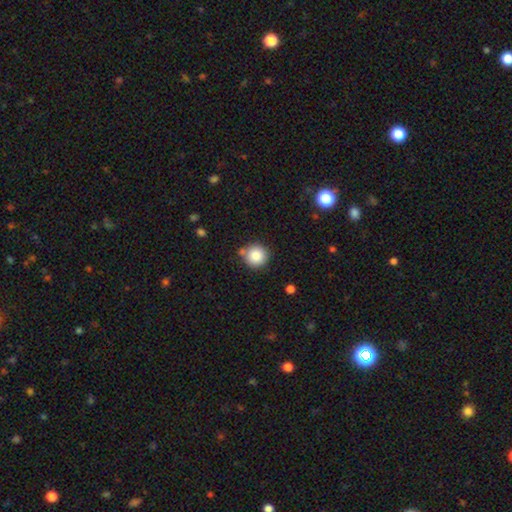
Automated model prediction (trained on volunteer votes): Smooth or featured? smooth (85%)
How rounded? round (94%)
Merging? none (78%)